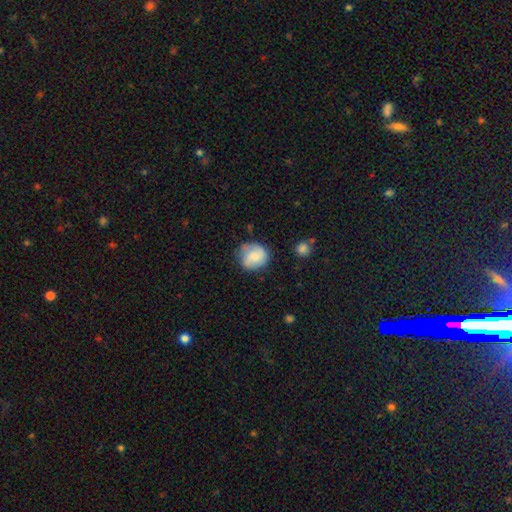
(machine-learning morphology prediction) A smooth galaxy with no disk features (70%) that is round (82%).

Vote fractions:
- Smooth or featured? smooth: 70% / featured or disk: 23% / star or artifact: 7%
- How rounded? round: 82% / in between: 17% / cigar-shaped: 1%
- Merging? none: 67% / minor disturbance: 24% / major disturbance: 7% / merger: 3%